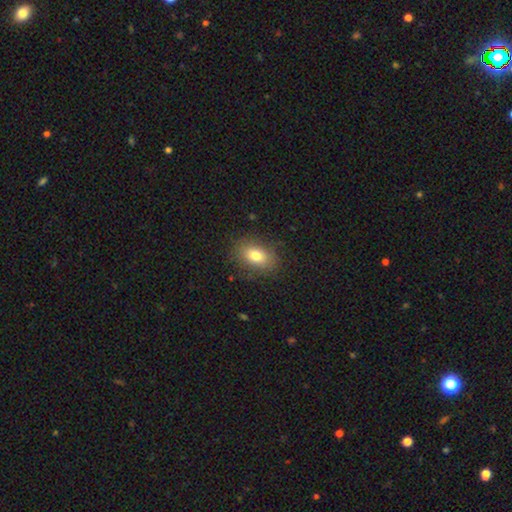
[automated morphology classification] Smooth or featured? Predicted: smooth (p=0.78). How rounded? Predicted: in between (p=0.79). Merging? Predicted: none (p=0.83).